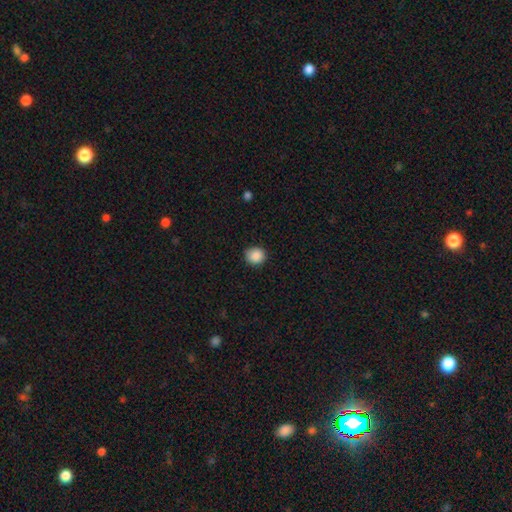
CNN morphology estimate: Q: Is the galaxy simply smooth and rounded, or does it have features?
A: smooth — 88%.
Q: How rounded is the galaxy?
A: round — 87%.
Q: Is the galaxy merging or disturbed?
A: none — 86%.